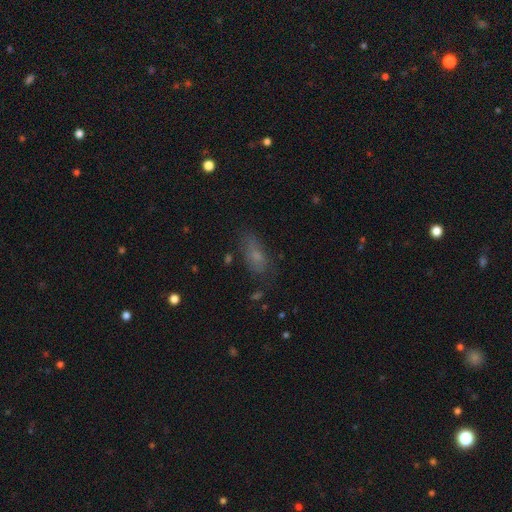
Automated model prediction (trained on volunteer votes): Smooth or featured? Predicted: smooth (p=0.62). How rounded? Predicted: in between (p=0.75). Merging? Predicted: none (p=0.65).